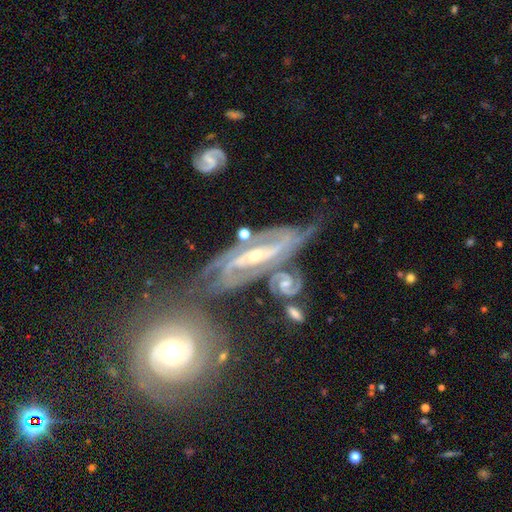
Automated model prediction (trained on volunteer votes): smooth_or_featured: featured or disk (p=0.89) [alt: star or artifact p=0.06]
disk_edge_on: no (p=0.89) [alt: yes p=0.11]
bar: strong (p=0.57) [alt: weak p=0.27]
has_spiral_arms: yes (p=0.96) [alt: no p=0.04]
spiral_winding: medium (p=0.42) [tied with: tight p=0.42]
spiral_arm_count: 2 (p=0.62) [alt: can't tell p=0.13]
bulge_size: small (p=0.59) [alt: moderate p=0.37]
merging: none (p=0.46) [alt: minor disturbance p=0.21]